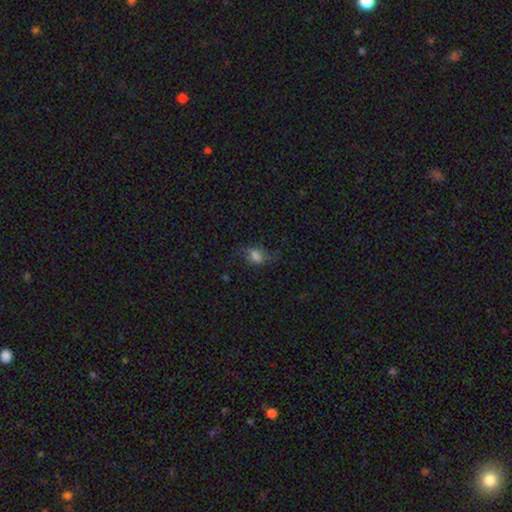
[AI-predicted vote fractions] Smooth or featured? Predicted: smooth (p=0.68). How rounded? Predicted: in between (p=0.72). Merging? Predicted: none (p=0.55).